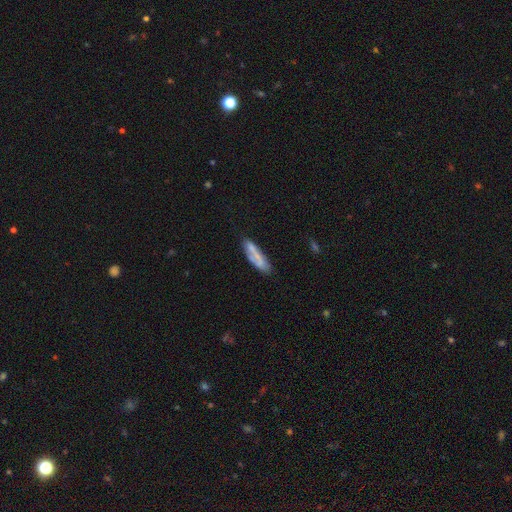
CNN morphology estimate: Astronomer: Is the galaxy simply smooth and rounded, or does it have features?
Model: smooth — 58% (runner-up: featured or disk, 34%).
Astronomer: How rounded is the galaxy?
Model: cigar-shaped — 62%.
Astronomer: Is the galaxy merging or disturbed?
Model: none — 64%.